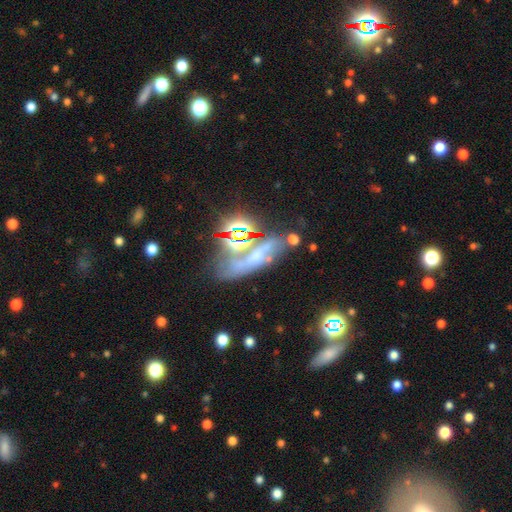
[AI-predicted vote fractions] Smooth or featured: star or artifact — 38% (featured or disk — 34%)